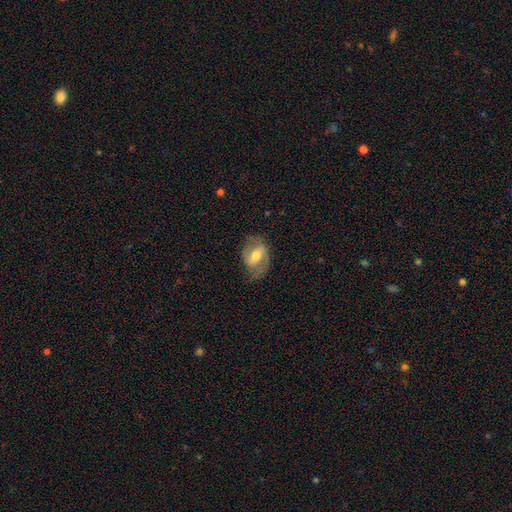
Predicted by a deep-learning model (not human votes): A featured or disk galaxy (73%) with a weak bar (44%), 2 (81%) medium (49%) spiral arms (85%) and a moderate central bulge (63%).

Vote fractions:
- Smooth or featured? featured or disk: 73% / smooth: 21% / star or artifact: 6%
- Edge-on disk? no: 96% / yes: 4%
- Bar? weak: 44% / strong: 38% / no: 18%
- Spiral arms? yes: 85% / no: 15%
- Spiral winding? medium: 49% / loose: 26% / tight: 25%
- Spiral arm count? 2: 81% / can't tell: 9% / 1: 7% / 3: 1% / 4: 1% / more than 4: 1%
- Bulge size? moderate: 63% / small: 27% / large: 7% / none: 2% / dominant: 1%
- Merging? none: 66% / minor disturbance: 22% / major disturbance: 11% / merger: 1%